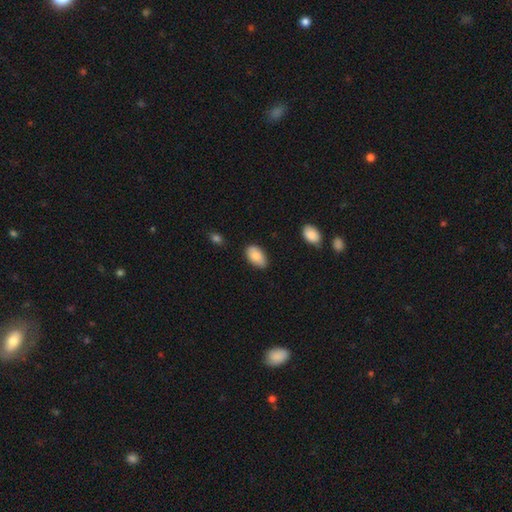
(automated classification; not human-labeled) smooth 83%, featured or disk 10%, star or artifact 7%. Down the decision tree: how rounded — in between (94%); merging — none (80%).